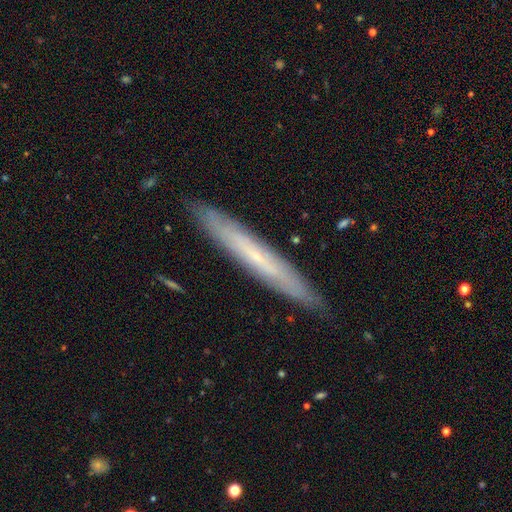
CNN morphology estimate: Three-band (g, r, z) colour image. It shows a featured or disk galaxy (55%) viewed edge-on (83%). Merging: none (90%).